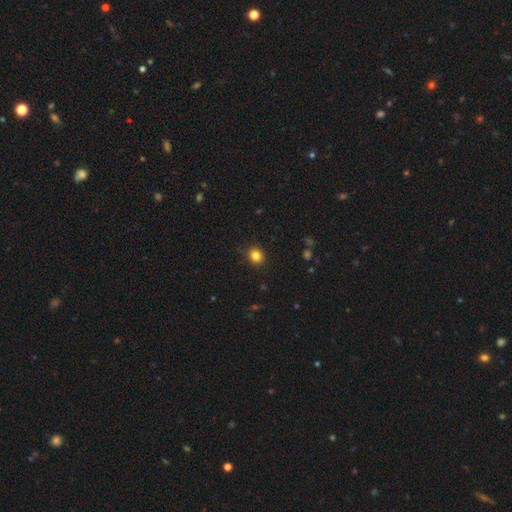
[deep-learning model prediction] Smooth or featured? smooth (83%)
How rounded? round (79%)
Merging? none (89%)